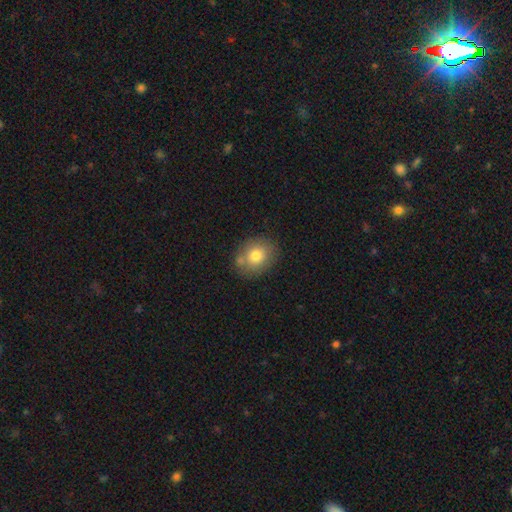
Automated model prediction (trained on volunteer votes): The model was most divided on "how rounded": round: 58%, in between: 41%, cigar-shaped: 1%. More confident: smooth or featured — smooth (77%); merging — none (72%).